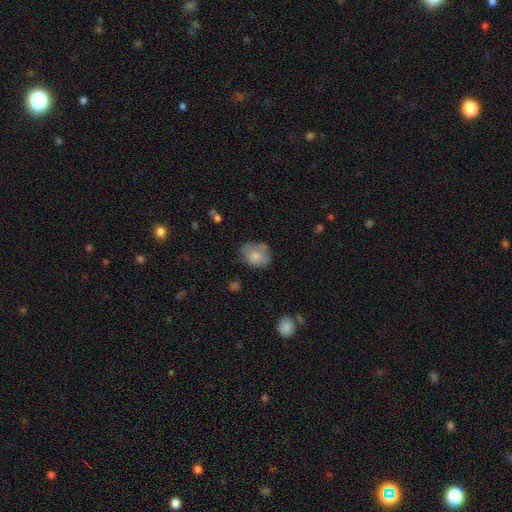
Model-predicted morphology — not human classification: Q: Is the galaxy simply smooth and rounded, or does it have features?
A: smooth — 76%.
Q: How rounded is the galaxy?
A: round — 56%.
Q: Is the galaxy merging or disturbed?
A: none — 60%.